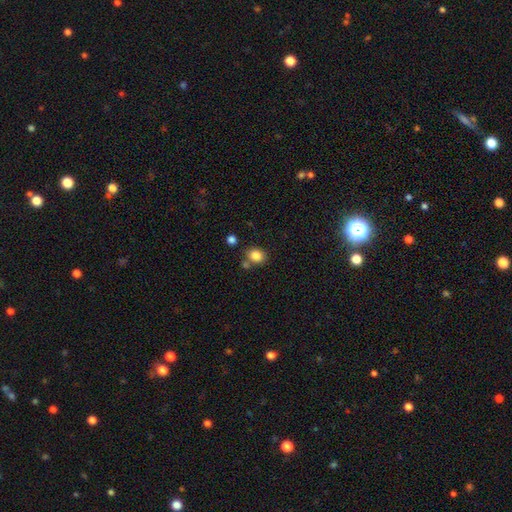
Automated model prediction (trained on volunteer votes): Q: Smooth or featured?
A: smooth (84%); runner-up: star or artifact (10%)
Q: How rounded?
A: round (54%); runner-up: in between (45%)
Q: Merging?
A: none (68%); runner-up: merger (16%)